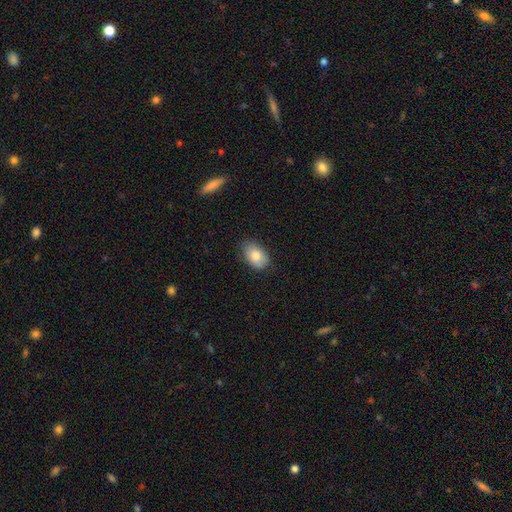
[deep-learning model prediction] Overall: smooth (81%). How rounded: in between (88%). Merging: none (78%).